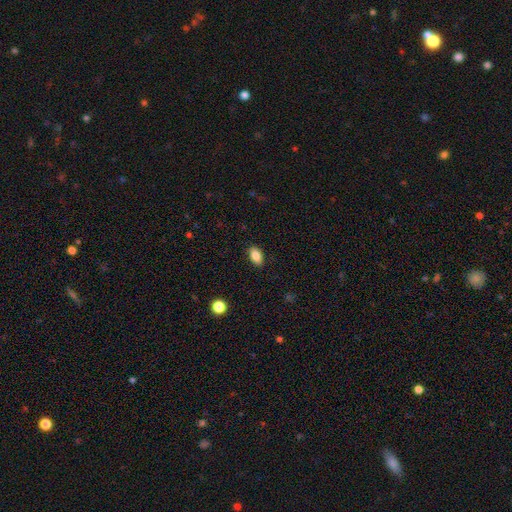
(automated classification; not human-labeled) smooth 86%, star or artifact 8%, featured or disk 6%. Down the decision tree: how rounded — in between (91%); merging — none (88%).